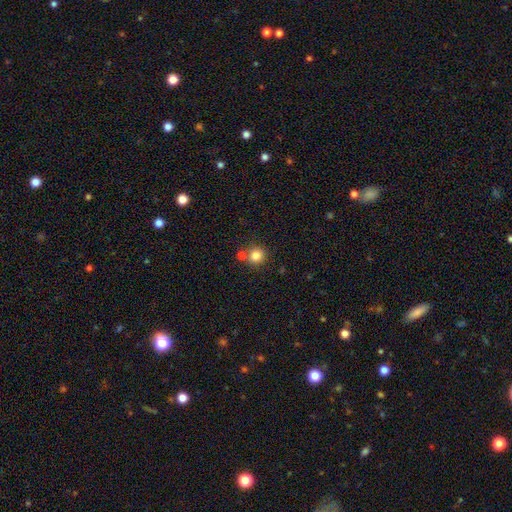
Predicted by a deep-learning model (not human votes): The model was most divided on "merging": none: 66%, merger: 23%, minor disturbance: 8%, major disturbance: 3%. More confident: how rounded — round (91%); smooth or featured — smooth (82%).